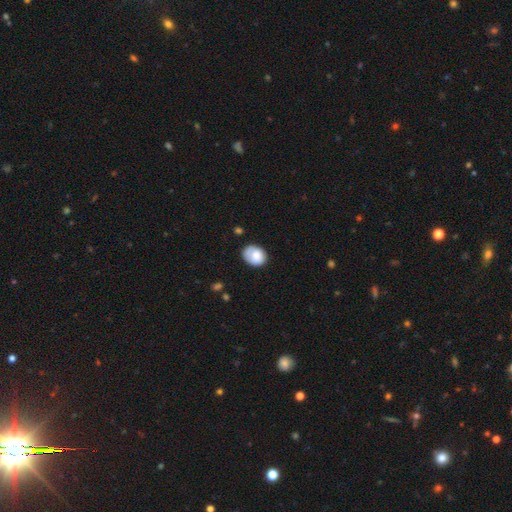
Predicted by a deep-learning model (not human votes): Smooth or featured: smooth — 78% (featured or disk — 15%)
How rounded: in between — 50% (round — 49%)
Merging: none — 60% (minor disturbance — 27%)